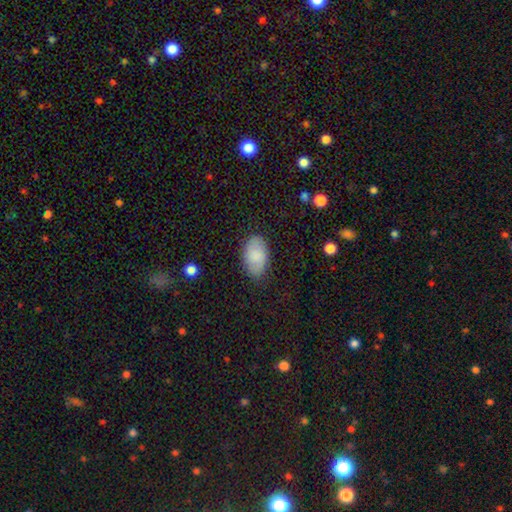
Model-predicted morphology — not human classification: Q: Smooth or featured?
A: smooth (83%); runner-up: featured or disk (11%)
Q: How rounded?
A: in between (94%); runner-up: round (5%)
Q: Merging?
A: none (82%); runner-up: minor disturbance (13%)